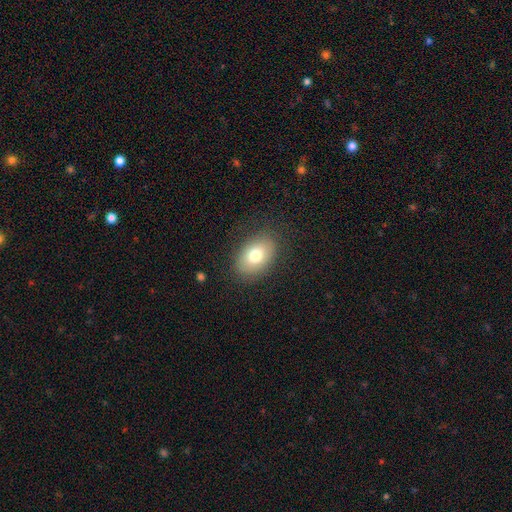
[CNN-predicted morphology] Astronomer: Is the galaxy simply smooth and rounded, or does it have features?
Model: smooth — 76%.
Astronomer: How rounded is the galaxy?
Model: in between — 83%.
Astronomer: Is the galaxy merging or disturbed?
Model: none — 83%.